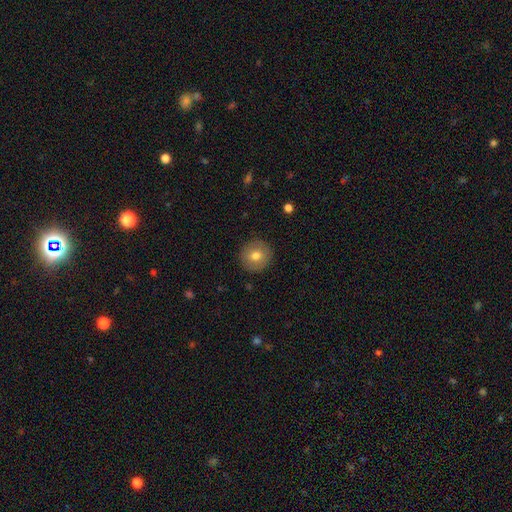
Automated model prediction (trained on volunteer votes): Q: Smooth or featured?
A: smooth (74%); runner-up: featured or disk (18%)
Q: How rounded?
A: round (92%); runner-up: in between (7%)
Q: Merging?
A: none (90%); runner-up: minor disturbance (7%)